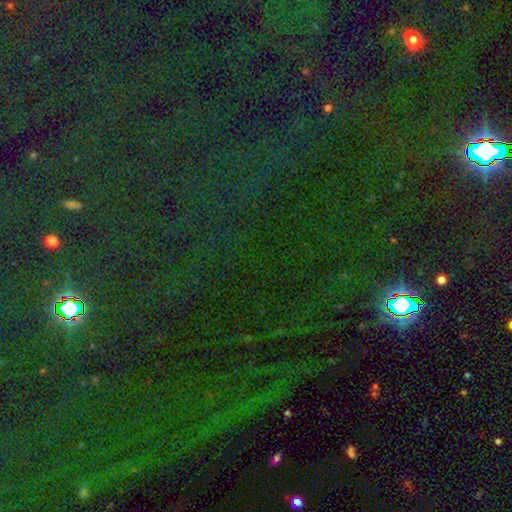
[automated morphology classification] The model was most divided on "smooth or featured": star or artifact: 84%, smooth: 9%, featured or disk: 7%.